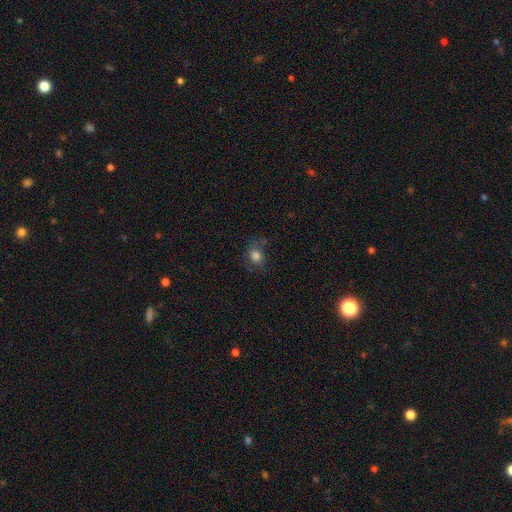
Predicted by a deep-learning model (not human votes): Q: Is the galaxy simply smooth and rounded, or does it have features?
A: smooth — 72%.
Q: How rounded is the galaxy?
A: round — 61%.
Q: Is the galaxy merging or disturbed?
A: none — 58%.